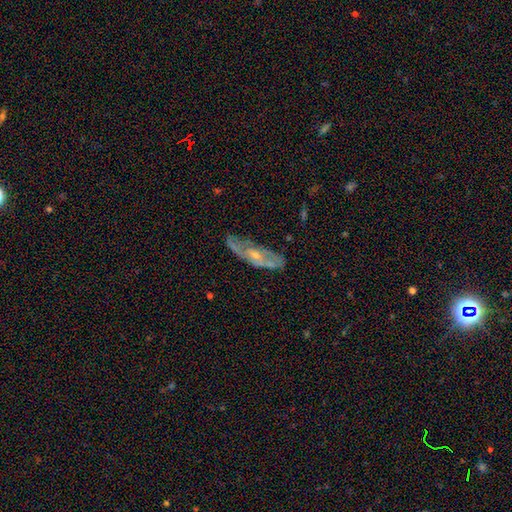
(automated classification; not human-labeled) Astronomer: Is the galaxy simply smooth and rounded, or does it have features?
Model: featured or disk — 69%.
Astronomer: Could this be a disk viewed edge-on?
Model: no — 75%.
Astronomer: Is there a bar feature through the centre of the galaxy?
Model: no — 73%.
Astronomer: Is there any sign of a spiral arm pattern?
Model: yes — 66%.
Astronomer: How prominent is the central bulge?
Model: small — 59% (runner-up: moderate, 36%).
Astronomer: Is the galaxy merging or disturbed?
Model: none — 60%.